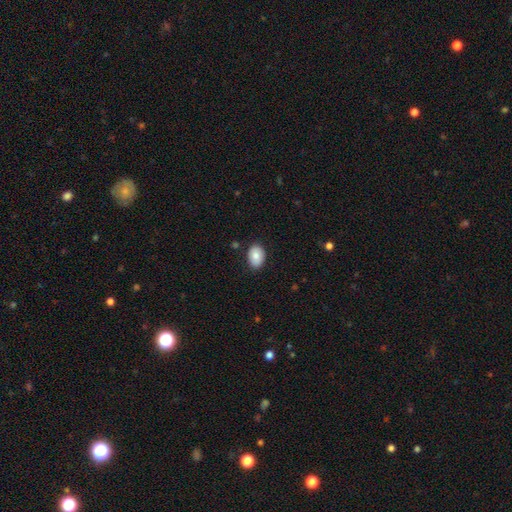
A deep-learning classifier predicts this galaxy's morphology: The model was most divided on "how rounded": in between: 83%, round: 17%, cigar-shaped: 1%. More confident: merging — none (86%); smooth or featured — smooth (83%).